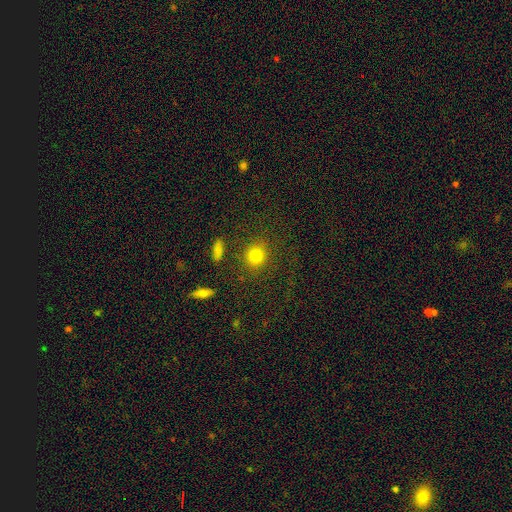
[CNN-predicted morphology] smooth_or_featured: smooth (p=0.79) [alt: star or artifact p=0.13]
how_rounded: round (p=0.83) [alt: in between p=0.16]
merging: none (p=0.85) [alt: minor disturbance p=0.09]